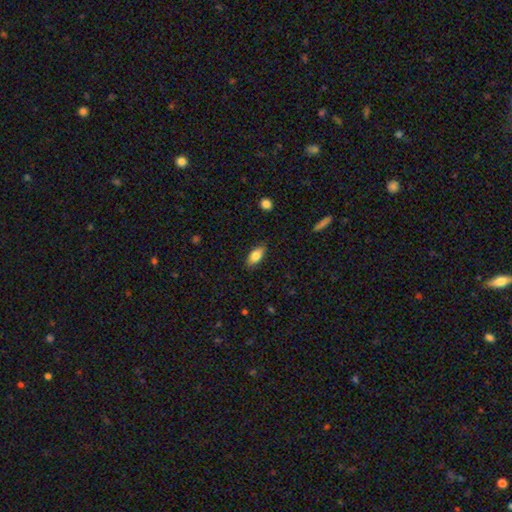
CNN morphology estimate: Smooth or featured? smooth (79%)
How rounded? in between (85%)
Merging? none (85%)